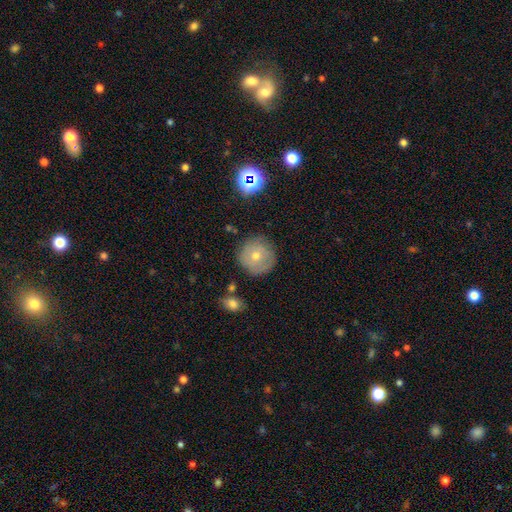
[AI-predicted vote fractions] This appears to be a smooth galaxy with no disk features (57%) that is round (95%). Merging: none (83%).